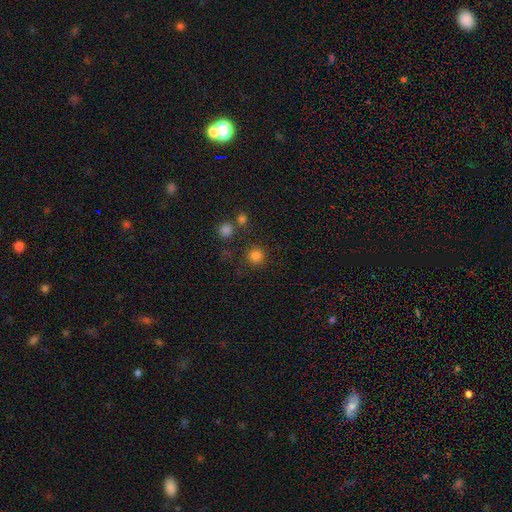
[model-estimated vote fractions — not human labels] This appears to be a smooth galaxy with no disk features (80%) that is round (93%). Merging: none (79%).